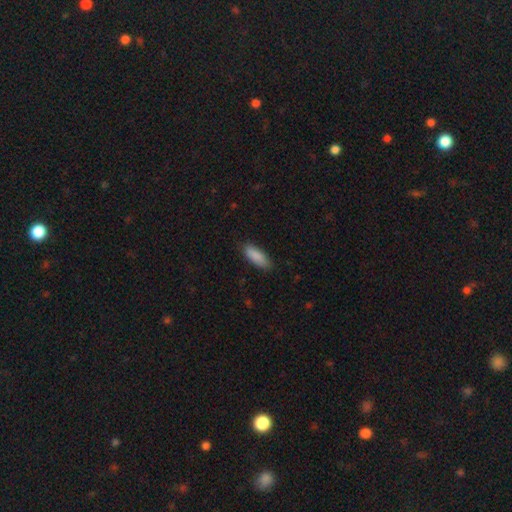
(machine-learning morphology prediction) smooth 89%, star or artifact 6%, featured or disk 5%. Down the decision tree: how rounded — in between (69%); merging — none (84%).